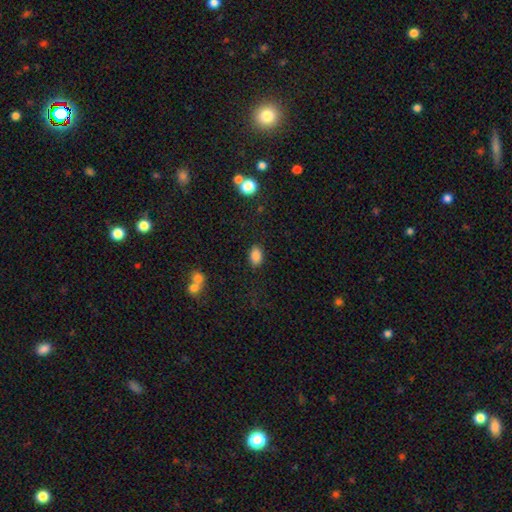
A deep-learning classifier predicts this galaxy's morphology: type=smooth (85%); roundness=in between (87%); merging=none (85%).